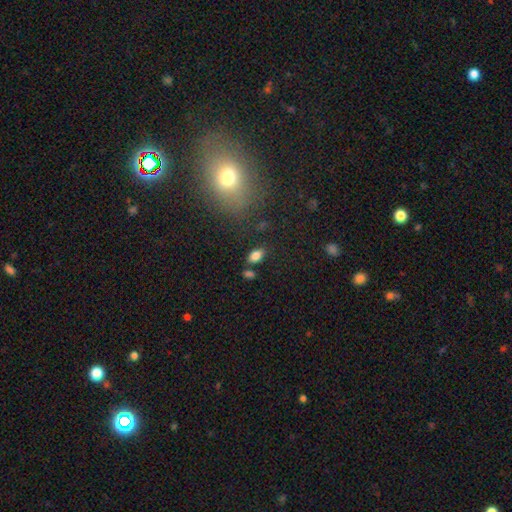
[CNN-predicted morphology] The model was most divided on "merging": none: 77%, minor disturbance: 11%, merger: 8%, major disturbance: 3%. More confident: how rounded — in between (90%); smooth or featured — smooth (82%).